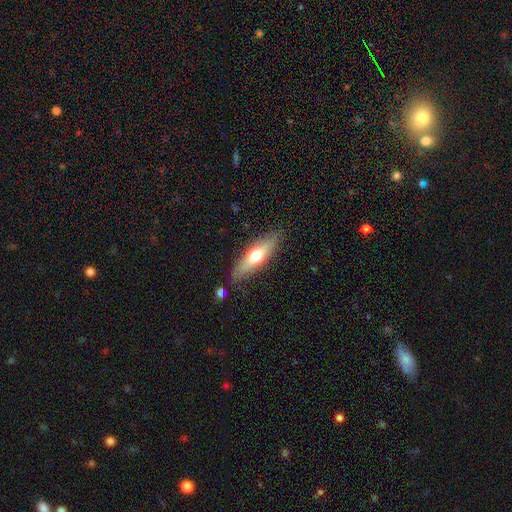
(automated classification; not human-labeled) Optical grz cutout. It shows a smooth galaxy with no disk features (54%) that is cigar-shaped (62%). Merging: none (83%).